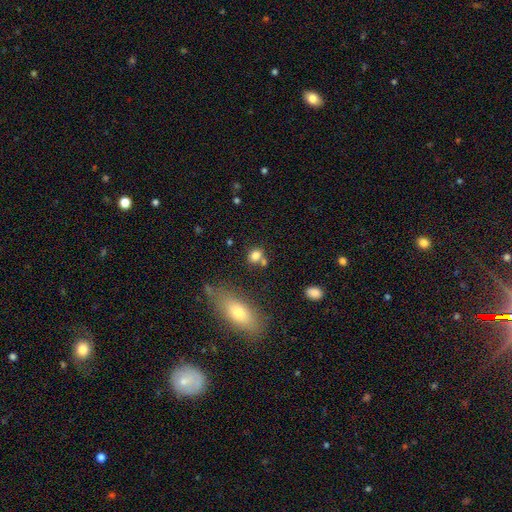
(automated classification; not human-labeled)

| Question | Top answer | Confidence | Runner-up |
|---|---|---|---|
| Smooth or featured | smooth | 79% | star or artifact (12%) |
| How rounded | round | 53% | in between (45%) |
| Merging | none | 59% | merger (24%) |